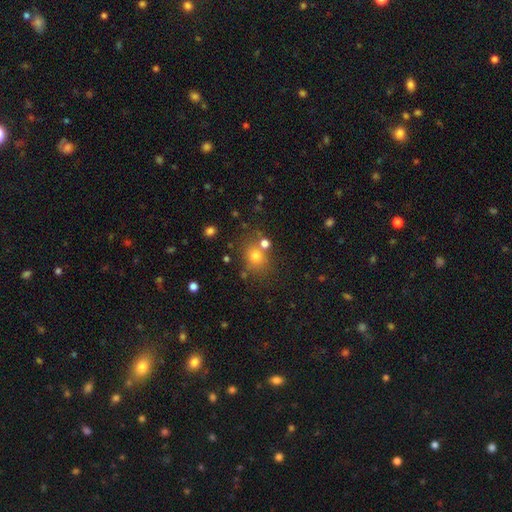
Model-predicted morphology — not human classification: Smooth or featured? Predicted: smooth (p=0.72). How rounded? Predicted: round (p=0.65). Merging? Predicted: none (p=0.68).